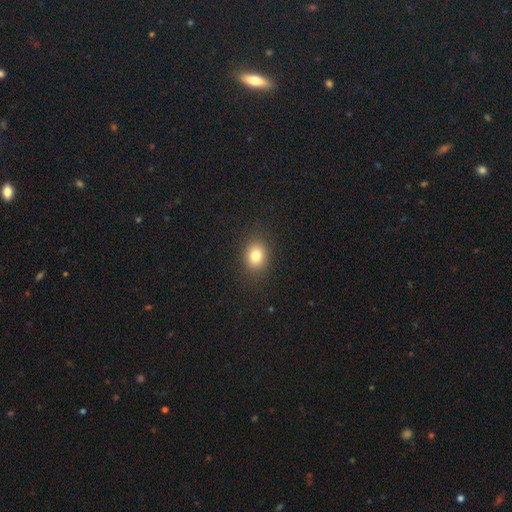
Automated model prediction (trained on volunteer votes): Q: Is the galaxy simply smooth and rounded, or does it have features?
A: smooth — 81%.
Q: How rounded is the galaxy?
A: round — 52%.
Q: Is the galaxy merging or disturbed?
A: none — 87%.